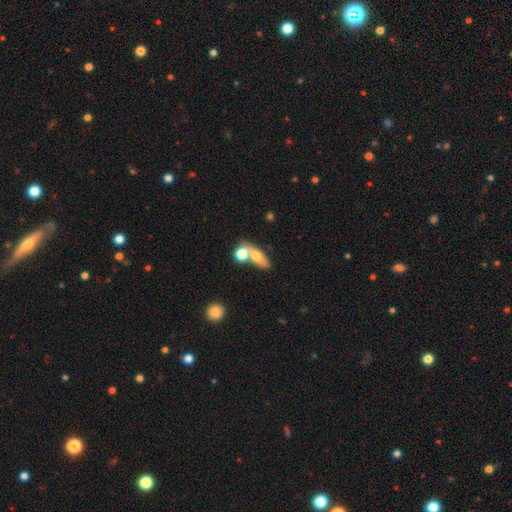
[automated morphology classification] This appears to be a smooth galaxy with no disk features (67%) that is in between round and cigar-shaped (62%). Merging: merger (42%).